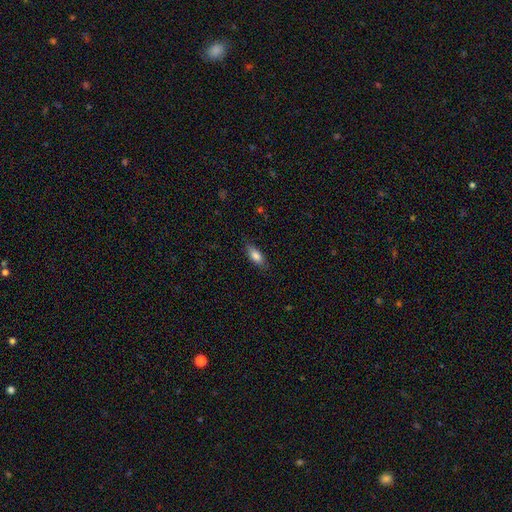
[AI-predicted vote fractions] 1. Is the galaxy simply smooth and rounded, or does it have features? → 82% smooth, 11% featured or disk, 7% star or artifact.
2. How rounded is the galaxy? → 76% in between, 21% cigar-shaped, 3% round.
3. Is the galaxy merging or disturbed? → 82% none, 14% minor disturbance, 3% major disturbance, 1% merger.